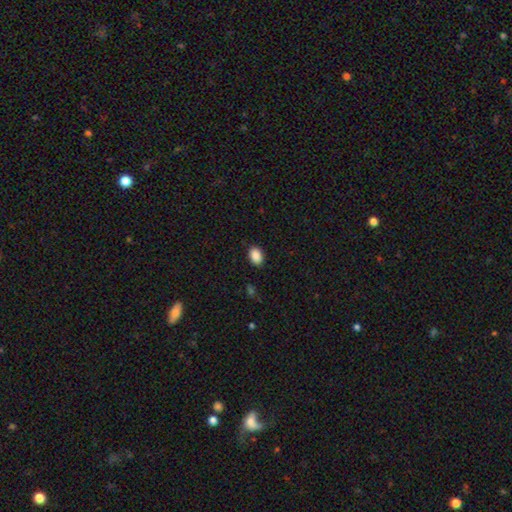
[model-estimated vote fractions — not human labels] smooth_or_featured: smooth (p=0.89) [alt: star or artifact p=0.08]
how_rounded: in between (p=0.82) [alt: round p=0.17]
merging: none (p=0.89) [alt: minor disturbance p=0.08]